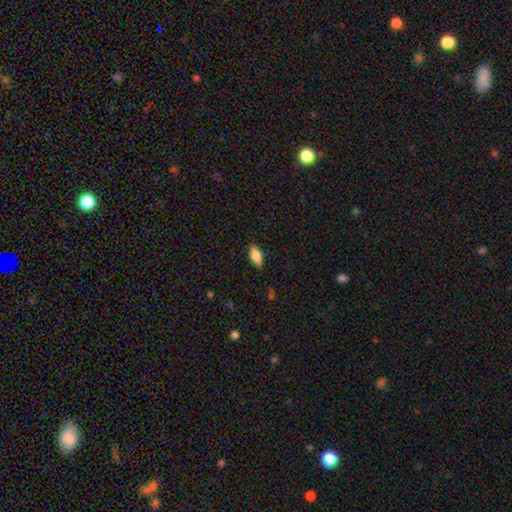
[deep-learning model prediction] This appears to be a smooth galaxy with no disk features (83%) that is in between round and cigar-shaped (86%). Merging: none (83%).